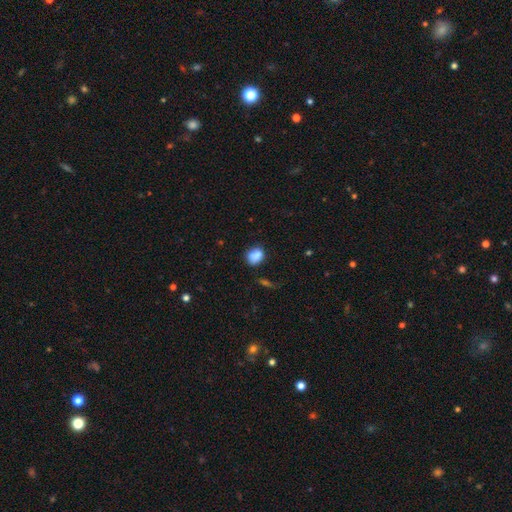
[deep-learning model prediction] The model was most divided on "how rounded": round: 56%, in between: 43%, cigar-shaped: 1%. More confident: smooth or featured — smooth (81%); merging — none (53%).